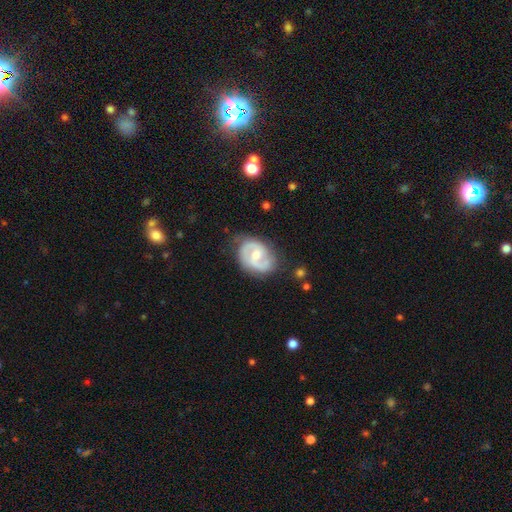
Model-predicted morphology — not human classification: Overall: featured or disk (81%). Edge-on disk: no (98%). Bar: weak (46%; no 43%). Spiral arms: yes (92%). Spiral arm count: 2 (83%). Spiral winding: medium (50%; tight 33%). Bulge size: moderate (56%; small 38%). Merging: none (71%).